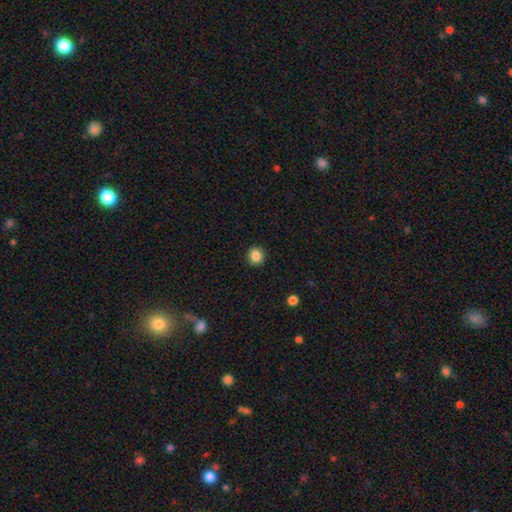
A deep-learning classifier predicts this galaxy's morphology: The model was most divided on "smooth or featured": smooth: 85%, star or artifact: 10%, featured or disk: 4%. More confident: merging — none (92%); how rounded — round (90%).